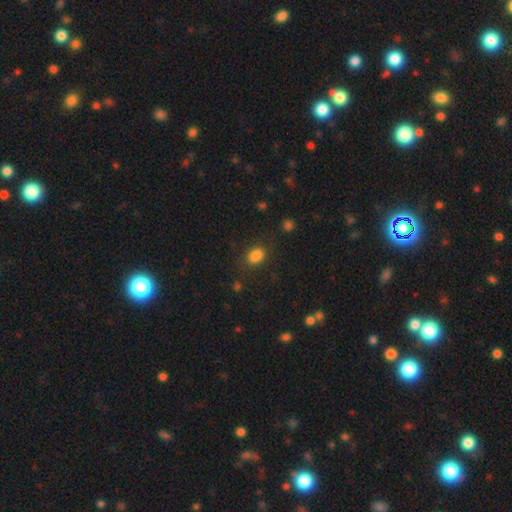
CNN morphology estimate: Smooth or featured? smooth (84%)
How rounded? in between (71%)
Merging? none (77%)